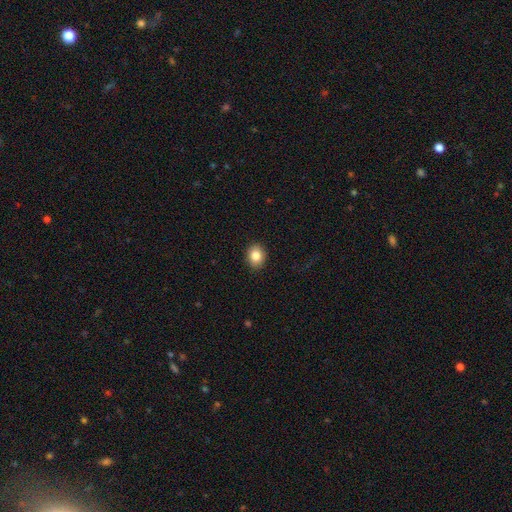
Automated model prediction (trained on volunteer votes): Overall: smooth (84%). How rounded: in between (51%; round 48%). Merging: none (90%).